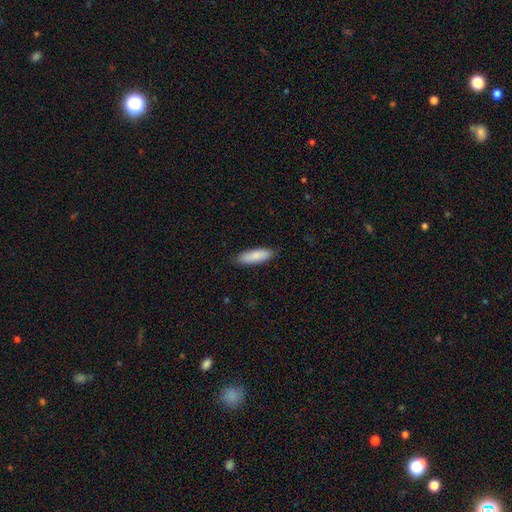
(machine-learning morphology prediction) Q: Smooth or featured?
A: smooth (87%); runner-up: featured or disk (8%)
Q: How rounded?
A: in between (58%); runner-up: cigar-shaped (41%)
Q: Merging?
A: none (86%); runner-up: minor disturbance (11%)